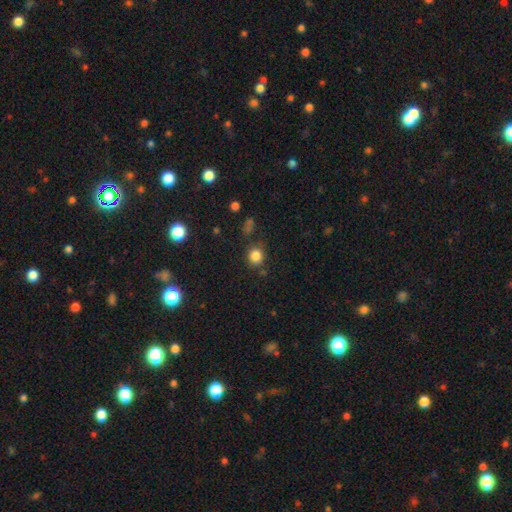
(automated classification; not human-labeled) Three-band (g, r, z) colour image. It shows a smooth galaxy with no disk features (83%) that is round (79%). Merging: none (78%).